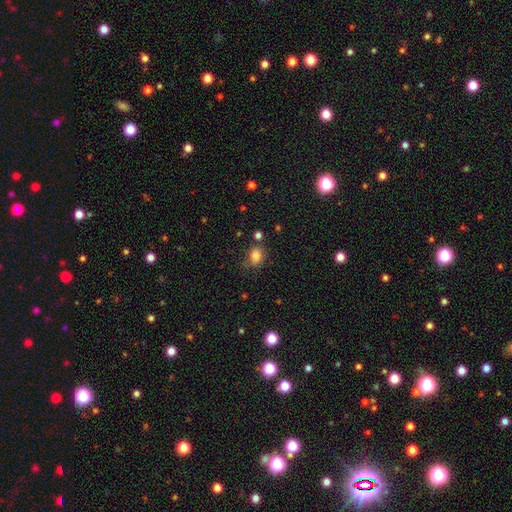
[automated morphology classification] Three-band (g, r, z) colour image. It shows a smooth galaxy with no disk features (82%) that is in between round and cigar-shaped (62%). Merging: none (56%).